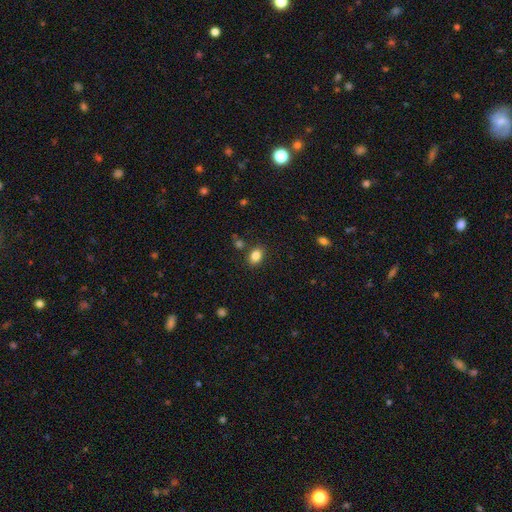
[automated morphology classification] smooth_or_featured: smooth (p=0.84) [alt: star or artifact p=0.10]
how_rounded: in between (p=0.70) [alt: round p=0.28]
merging: none (p=0.82) [alt: minor disturbance p=0.11]